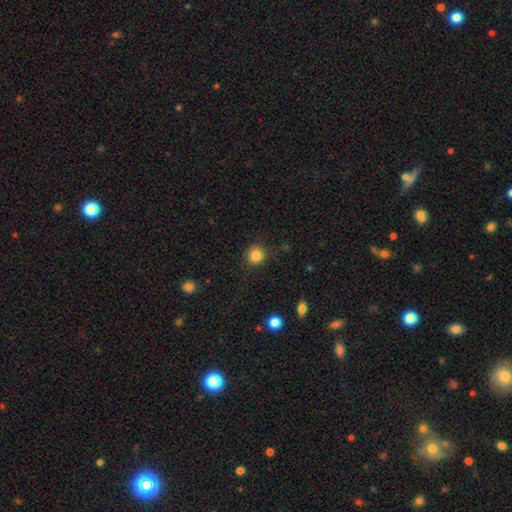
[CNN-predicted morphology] smooth_or_featured: smooth (p=0.84) [alt: star or artifact p=0.11]
how_rounded: round (p=0.93) [alt: in between p=0.06]
merging: none (p=0.87) [alt: minor disturbance p=0.09]